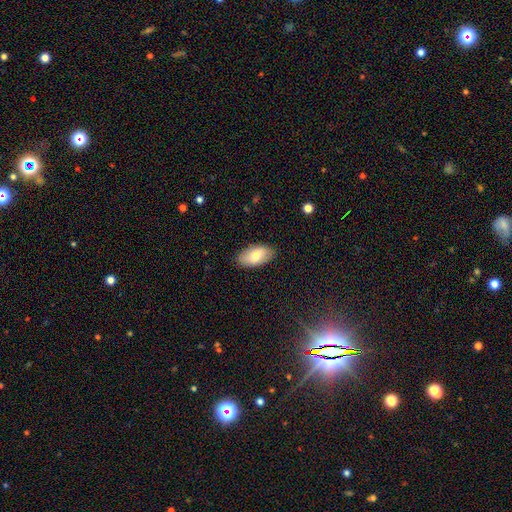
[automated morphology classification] Smooth or featured?
  - smooth: 75% *
  - featured or disk: 19%
  - star or artifact: 6%
How rounded?
  - in between: 94% *
  - cigar-shaped: 3%
  - round: 3%
Merging?
  - none: 87% *
  - minor disturbance: 10%
  - major disturbance: 2%
  - merger: 1%